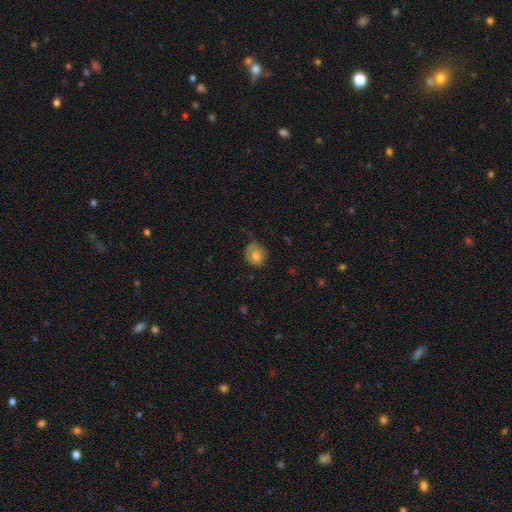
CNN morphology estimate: Smooth or featured? smooth (70%)
How rounded? round (80%)
Merging? none (60%)